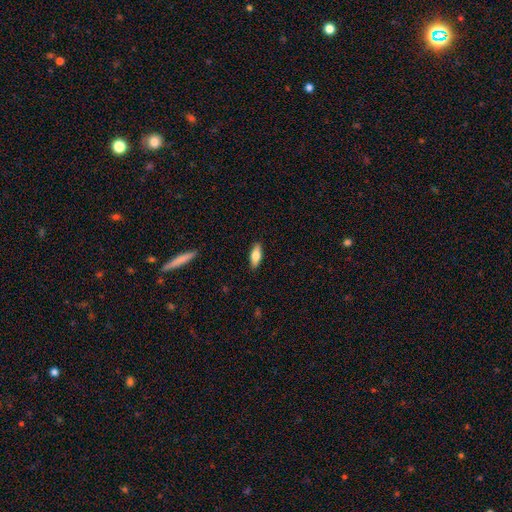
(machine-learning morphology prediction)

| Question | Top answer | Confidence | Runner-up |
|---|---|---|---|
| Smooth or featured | smooth | 73% | featured or disk (20%) |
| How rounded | in between | 70% | cigar-shaped (28%) |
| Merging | none | 88% | minor disturbance (9%) |